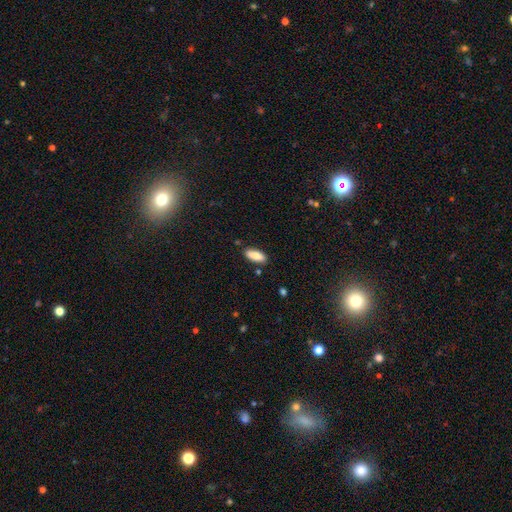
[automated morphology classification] Q: Smooth or featured?
A: smooth (85%); runner-up: featured or disk (9%)
Q: How rounded?
A: in between (79%); runner-up: cigar-shaped (19%)
Q: Merging?
A: none (84%); runner-up: minor disturbance (11%)